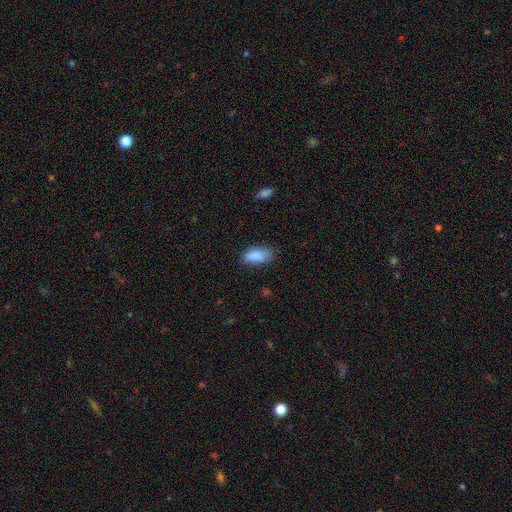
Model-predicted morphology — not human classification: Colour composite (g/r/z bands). It shows a smooth galaxy with no disk features (88%) that is in between round and cigar-shaped (91%). Merging: none (70%).